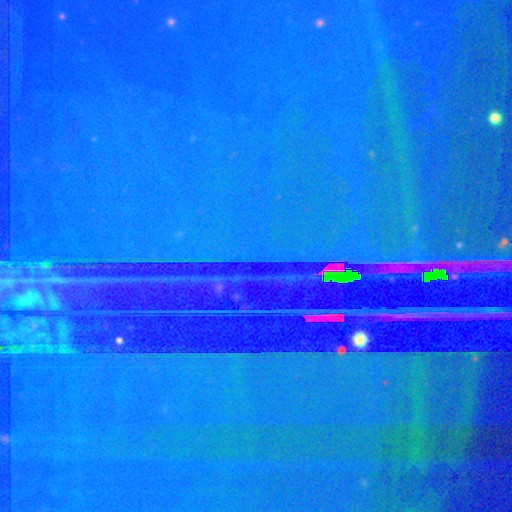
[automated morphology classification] The model was most divided on "smooth or featured": star or artifact: 87%, featured or disk: 7%, smooth: 6%.